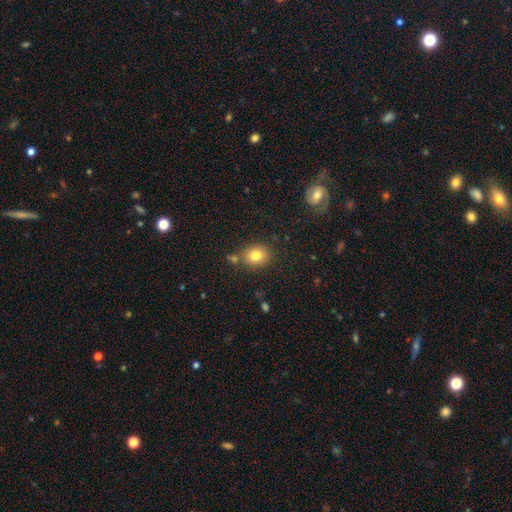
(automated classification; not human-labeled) This appears to be a smooth galaxy with no disk features (81%) that is round (63%). Merging: none (76%).